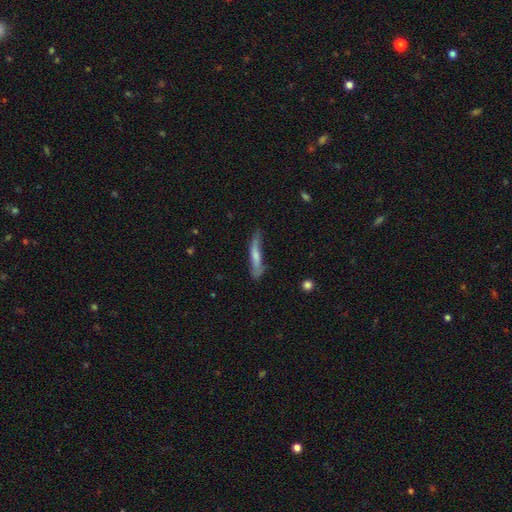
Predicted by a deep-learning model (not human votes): Overall: smooth (59%; featured or disk 35%). How rounded: cigar-shaped (88%). Merging: none (59%; minor disturbance 28%).